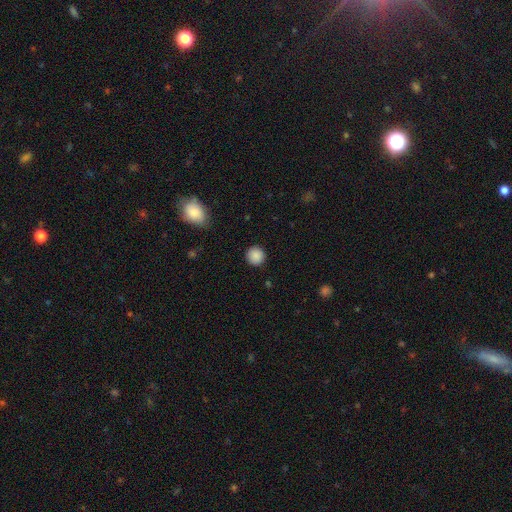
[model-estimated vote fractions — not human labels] Smooth or featured? Predicted: smooth (p=0.88). How rounded? Predicted: round (p=0.93). Merging? Predicted: none (p=0.91).